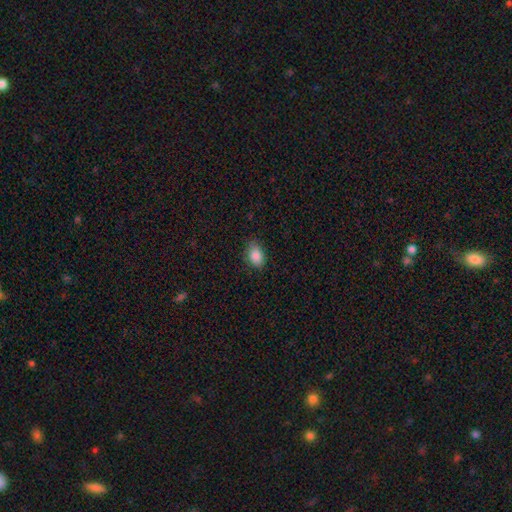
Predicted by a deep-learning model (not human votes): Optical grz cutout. It shows a smooth galaxy with no disk features (87%) that is in between round and cigar-shaped (84%). Merging: none (76%).